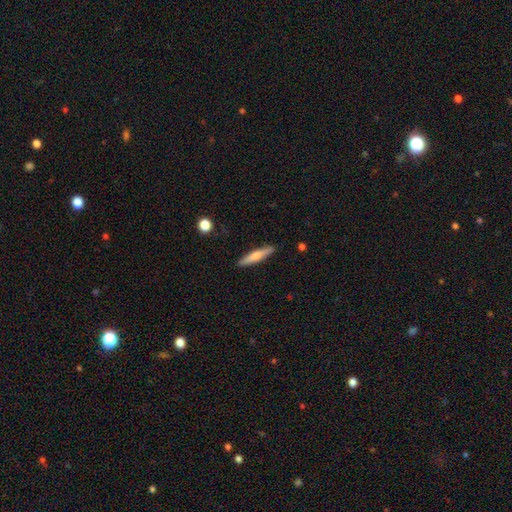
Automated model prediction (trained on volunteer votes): Smooth or featured? Predicted: smooth (p=0.61). How rounded? Predicted: cigar-shaped (p=0.88). Merging? Predicted: none (p=0.90).